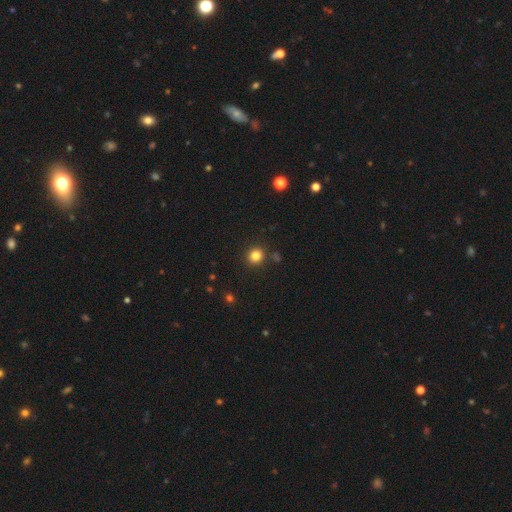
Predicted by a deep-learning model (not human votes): Morphology: type=smooth (82%); roundness=round (89%); merging=none (89%).